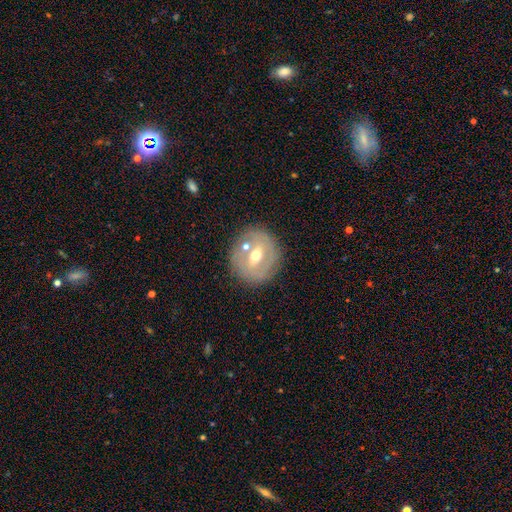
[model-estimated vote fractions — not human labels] The model was most divided on "bar": weak: 46%, strong: 32%, no: 22%. More confident: edge-on disk — no (92%); merging — none (78%); bulge size — moderate (70%); smooth or featured — featured or disk (65%); spiral arms — no (58%).